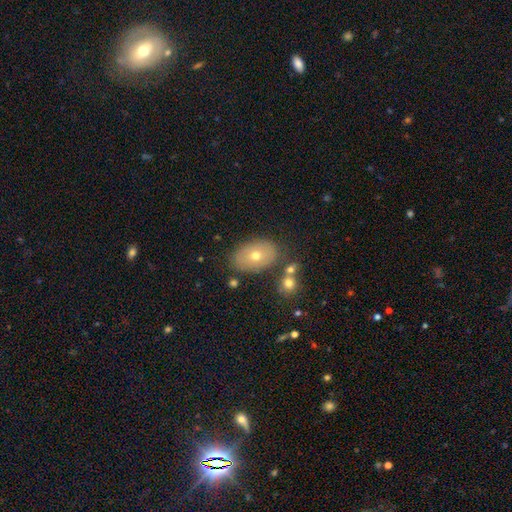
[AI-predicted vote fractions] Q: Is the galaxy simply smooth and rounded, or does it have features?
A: smooth — 63%.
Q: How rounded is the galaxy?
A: in between — 86%.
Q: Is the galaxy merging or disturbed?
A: none — 78%.